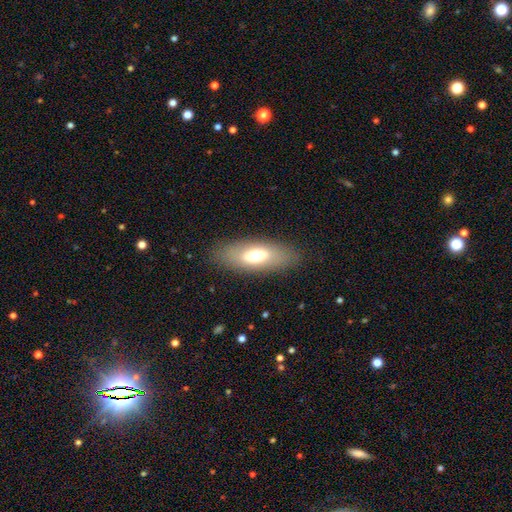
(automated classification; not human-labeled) Smooth or featured? smooth (62%)
How rounded? in between (78%)
Merging? none (85%)